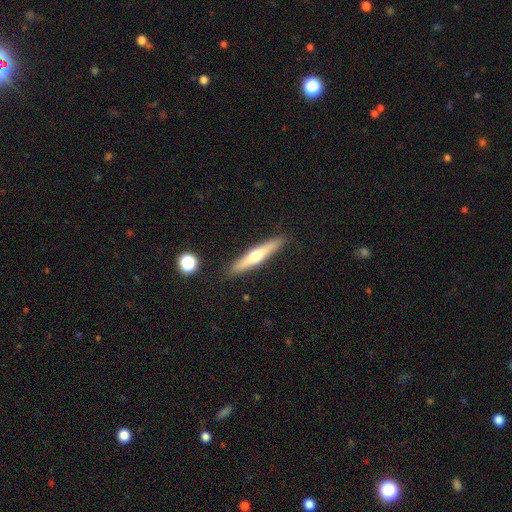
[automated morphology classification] smooth-or-featured: featured or disk: 53% | smooth: 42% | star or artifact: 6%
  disk-edge-on: yes: 95% | no: 5%
    edge-on-bulge: rounded: 87% | none: 9% | boxy: 3%
  merging: none: 90% | minor disturbance: 7% | merger: 2% | major disturbance: 1%